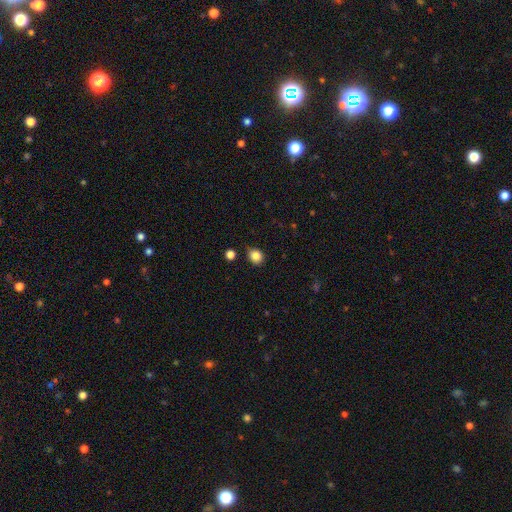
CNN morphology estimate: A smooth galaxy with no disk features (84%) that is round (71%).

Vote fractions:
- Smooth or featured? smooth: 84% / star or artifact: 11% / featured or disk: 5%
- How rounded? round: 71% / in between: 28% / cigar-shaped: 1%
- Merging? none: 82% / minor disturbance: 13% / merger: 3% / major disturbance: 2%